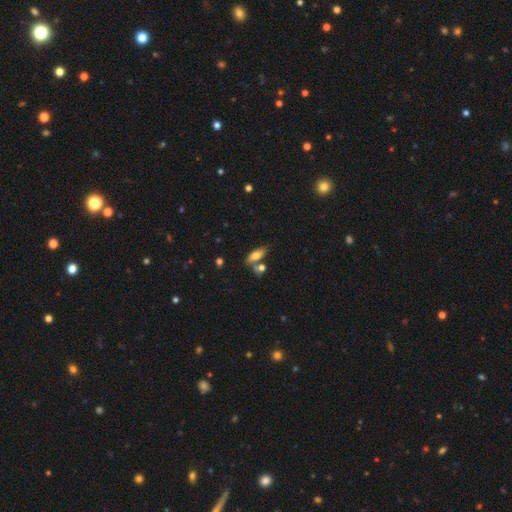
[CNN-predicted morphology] This is likely a smooth galaxy (70%). How rounded: likely in between (66%). Merging: likely none (60%).